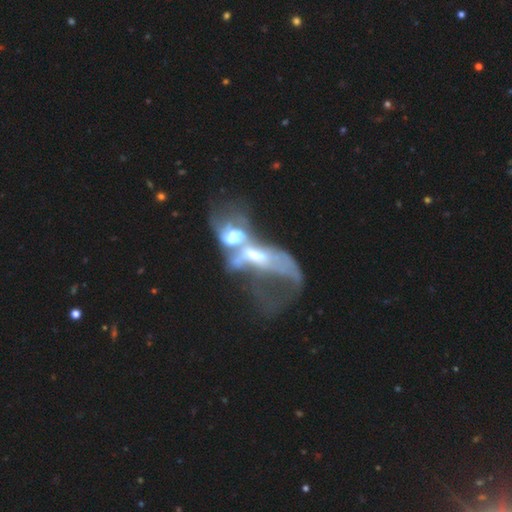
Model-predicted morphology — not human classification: This appears to be a featured or disk galaxy (66%) with no bar (61%), no spiral arms (57%) and a moderate central bulge (39%). Merging: merger (72%).